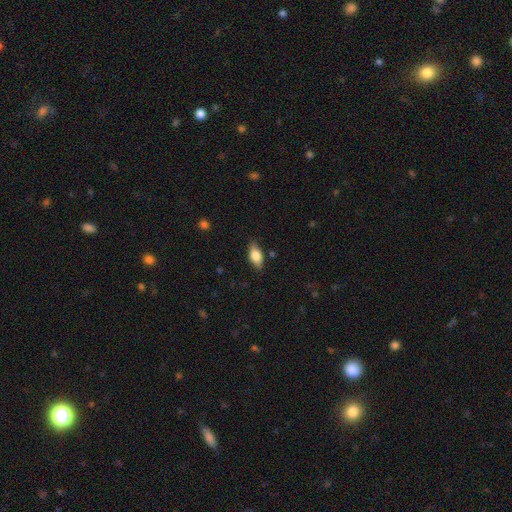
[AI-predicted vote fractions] smooth_or_featured: smooth (p=0.73) [alt: featured or disk p=0.20]
how_rounded: in between (p=0.83) [alt: cigar-shaped p=0.13]
merging: none (p=0.82) [alt: minor disturbance p=0.14]